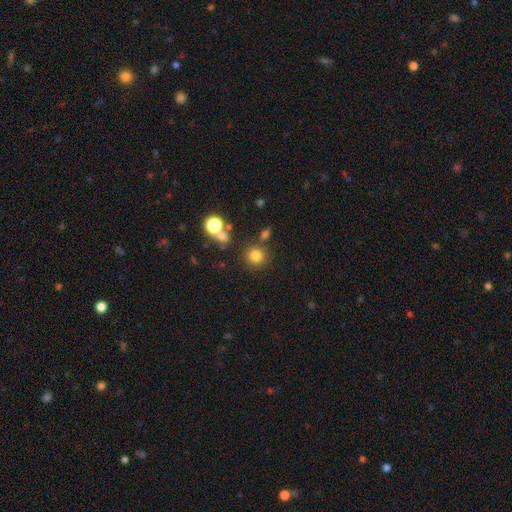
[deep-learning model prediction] Smooth or featured: smooth — 77% (star or artifact — 16%)
How rounded: round — 89% (in between — 10%)
Merging: none — 76% (minor disturbance — 10%)